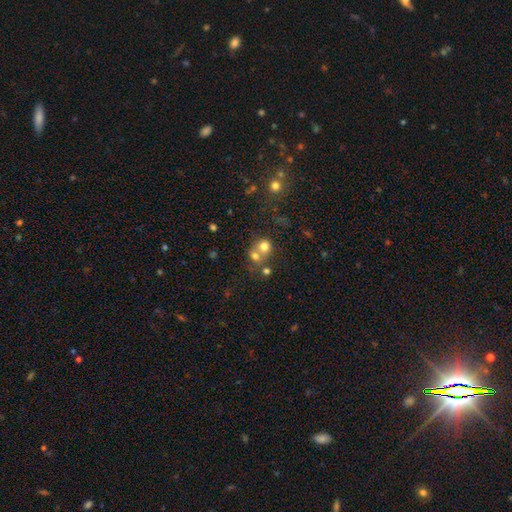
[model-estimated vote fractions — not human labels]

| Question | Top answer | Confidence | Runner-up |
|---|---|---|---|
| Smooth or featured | smooth | 63% | star or artifact (22%) |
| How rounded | round | 83% | in between (16%) |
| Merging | merger | 45% | none (44%) |